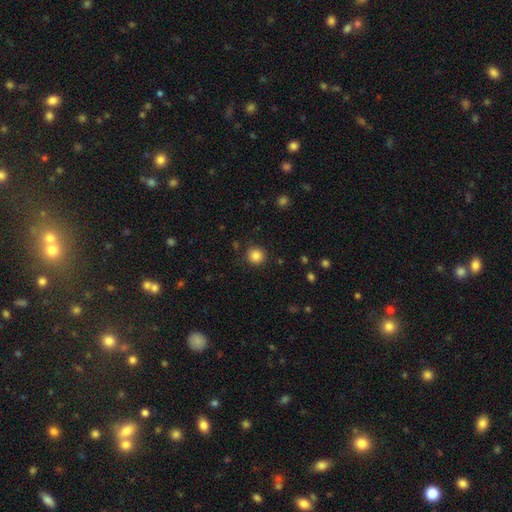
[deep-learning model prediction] A smooth galaxy with no disk features (85%) that is round (94%).

Vote fractions:
- Smooth or featured? smooth: 85% / star or artifact: 11% / featured or disk: 4%
- How rounded? round: 94% / in between: 5% / cigar-shaped: 1%
- Merging? none: 90% / minor disturbance: 6% / major disturbance: 2% / merger: 1%